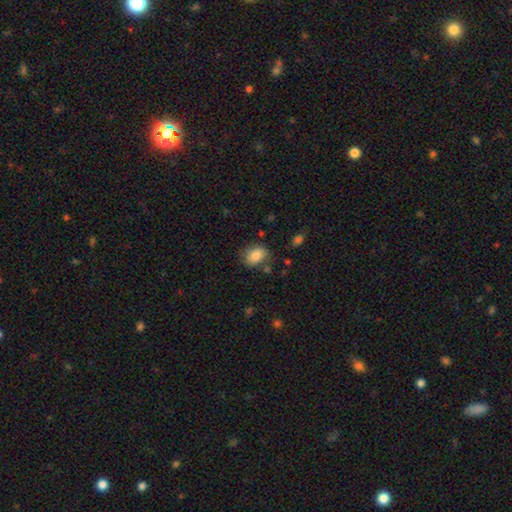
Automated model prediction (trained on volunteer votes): Smooth or featured? smooth (83%)
How rounded? in between (71%)
Merging? none (70%)